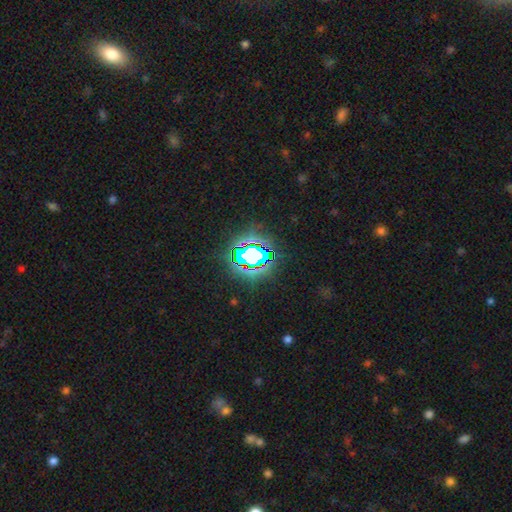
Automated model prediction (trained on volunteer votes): smooth_or_featured: star or artifact (p=0.69) [alt: smooth p=0.17]